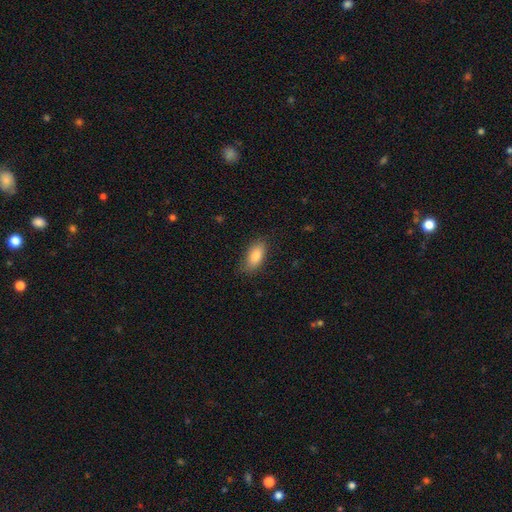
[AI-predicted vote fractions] Smooth or featured?
  - smooth: 86% *
  - featured or disk: 8%
  - star or artifact: 7%
How rounded?
  - in between: 87% *
  - cigar-shaped: 10%
  - round: 3%
Merging?
  - none: 79% *
  - minor disturbance: 16%
  - major disturbance: 4%
  - merger: 1%